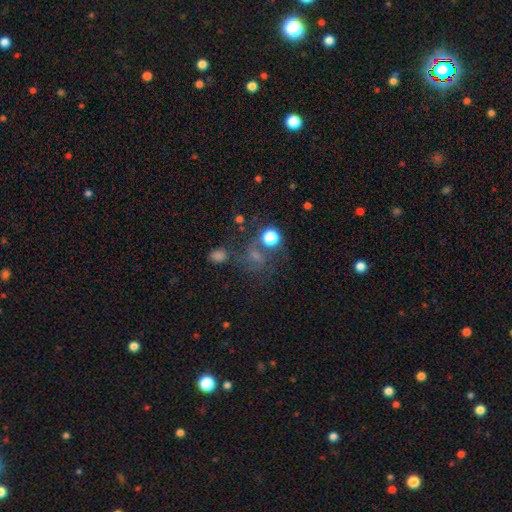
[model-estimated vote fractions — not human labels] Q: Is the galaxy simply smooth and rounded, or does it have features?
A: smooth — 37%.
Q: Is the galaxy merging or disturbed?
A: none — 53%.